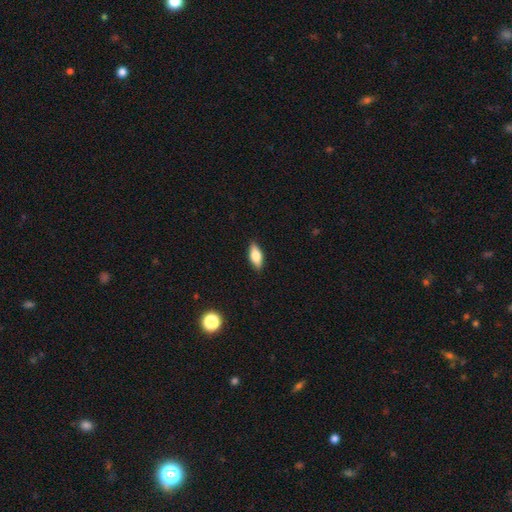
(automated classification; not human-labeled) This is likely a smooth galaxy (75%). How rounded: clearly in between (83%). Merging: clearly none (88%).